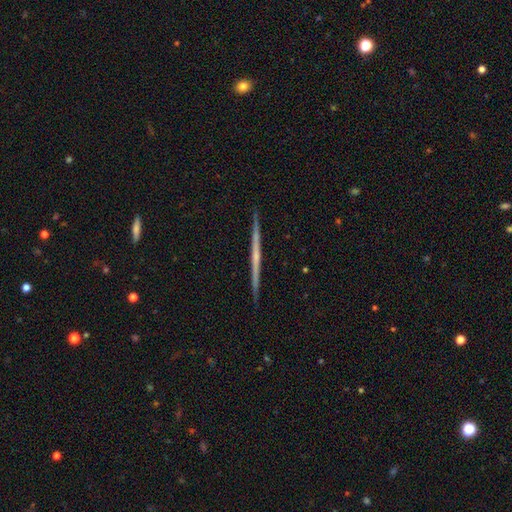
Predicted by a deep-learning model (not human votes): Overall: featured or disk (74%). Edge-on disk: yes (98%). Edge-on bulge: none (68%). Merging: none (93%).